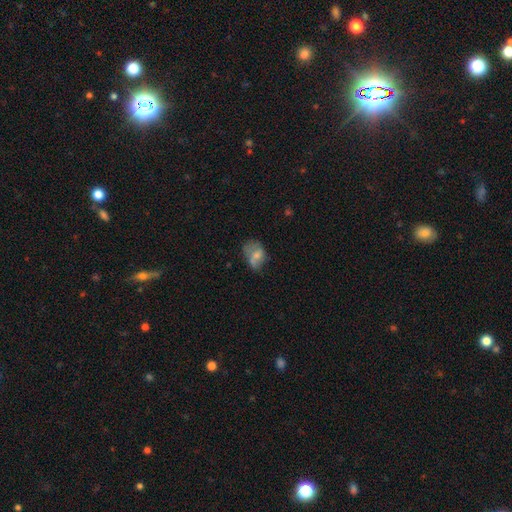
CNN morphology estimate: A smooth galaxy with no disk features (54%) that is in between round and cigar-shaped (72%).

Vote fractions:
- Smooth or featured? smooth: 54% / featured or disk: 36% / star or artifact: 10%
- How rounded? in between: 72% / round: 27% / cigar-shaped: 1%
- Merging? none: 34% / minor disturbance: 30% / major disturbance: 25% / merger: 11%